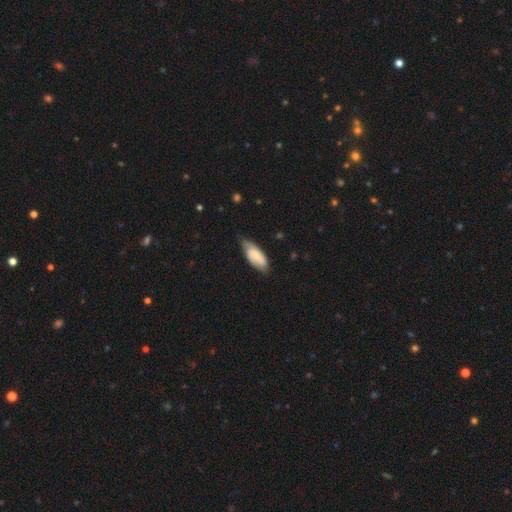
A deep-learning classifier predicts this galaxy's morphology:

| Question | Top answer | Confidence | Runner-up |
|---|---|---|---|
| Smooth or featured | smooth | 60% | featured or disk (34%) |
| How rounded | in between | 81% | cigar-shaped (17%) |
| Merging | none | 57% | minor disturbance (34%) |